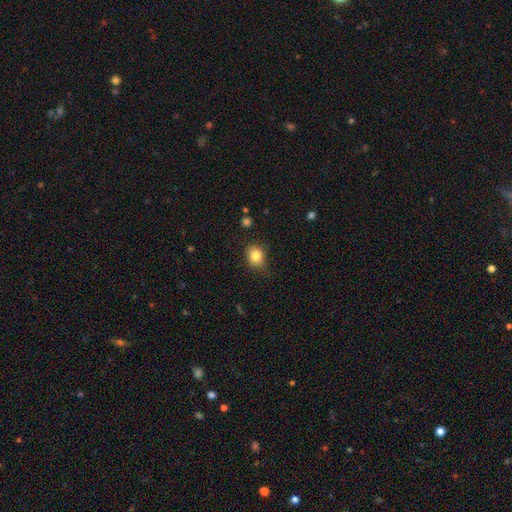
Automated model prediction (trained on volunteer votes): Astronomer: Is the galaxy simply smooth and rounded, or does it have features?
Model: smooth — 83%.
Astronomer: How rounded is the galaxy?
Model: round — 63%.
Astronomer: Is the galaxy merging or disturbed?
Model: none — 75%.